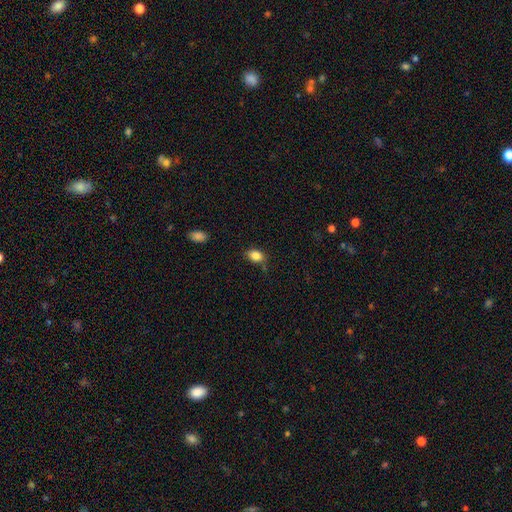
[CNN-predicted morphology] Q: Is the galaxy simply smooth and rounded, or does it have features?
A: smooth — 85%.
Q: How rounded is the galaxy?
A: in between — 79%.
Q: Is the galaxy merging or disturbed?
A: none — 73%.